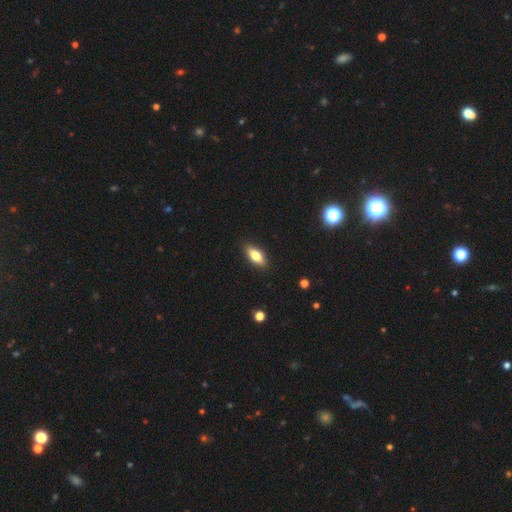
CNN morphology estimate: Smooth or featured? Predicted: smooth (p=0.72). How rounded? Predicted: in between (p=0.77). Merging? Predicted: none (p=0.88).